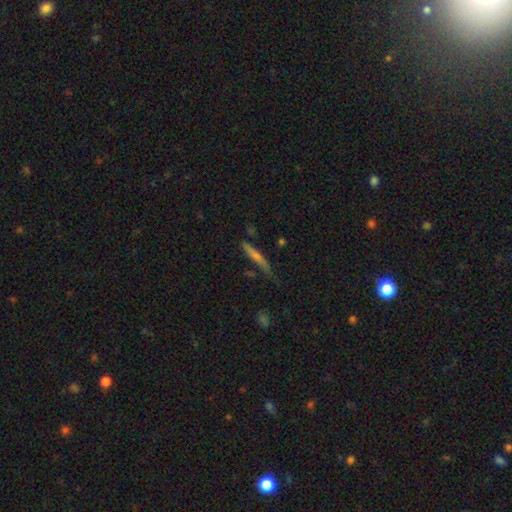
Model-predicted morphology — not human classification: A featured or disk galaxy (49%). Merging: none (70%).